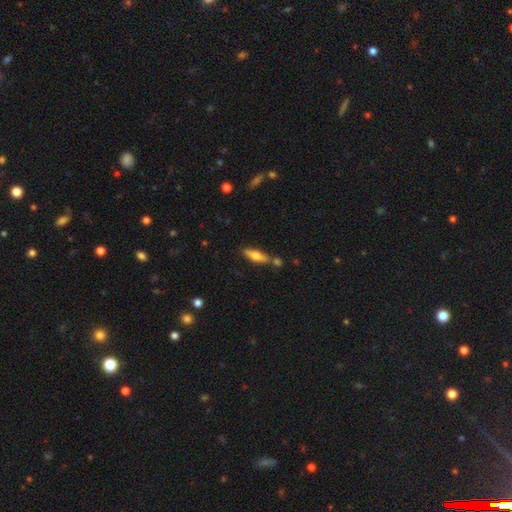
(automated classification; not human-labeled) Overall: smooth (52%; featured or disk 41%). How rounded: cigar-shaped (63%; in between 35%). Merging: none (72%).